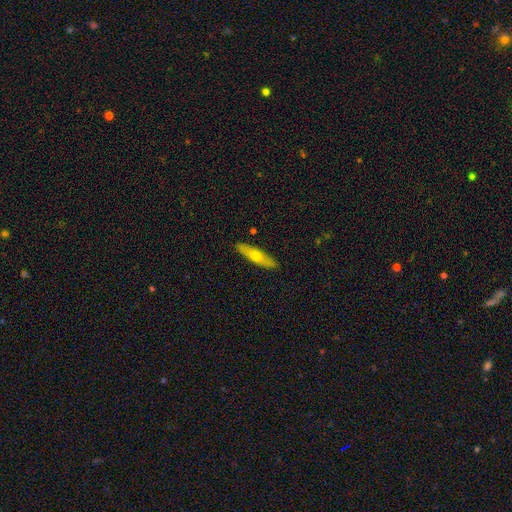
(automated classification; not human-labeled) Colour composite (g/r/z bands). It shows a smooth galaxy with no disk features (53%) that is cigar-shaped (74%). Merging: none (89%).